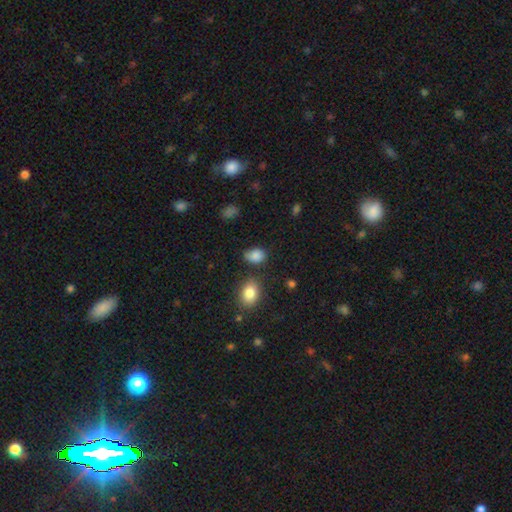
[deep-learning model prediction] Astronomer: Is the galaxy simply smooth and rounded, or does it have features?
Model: smooth — 82%.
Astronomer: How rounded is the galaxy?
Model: in between — 69%.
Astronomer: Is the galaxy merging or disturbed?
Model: none — 55% (runner-up: minor disturbance, 31%).